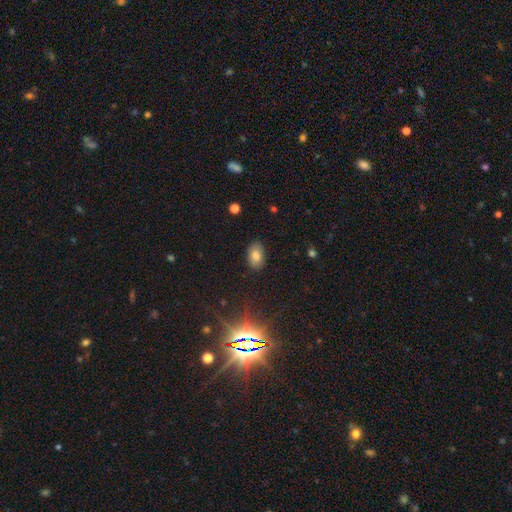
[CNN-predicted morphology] A smooth galaxy with no disk features (79%) that is in between round and cigar-shaped (90%).

Vote fractions:
- Smooth or featured? smooth: 79% / star or artifact: 11% / featured or disk: 10%
- How rounded? in between: 90% / round: 8% / cigar-shaped: 1%
- Merging? none: 86% / minor disturbance: 11% / major disturbance: 2% / merger: 1%